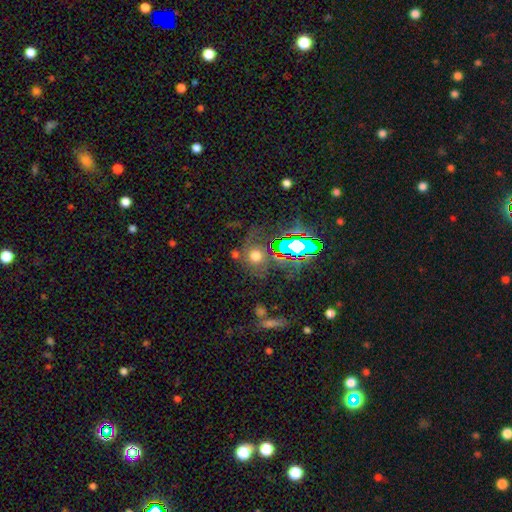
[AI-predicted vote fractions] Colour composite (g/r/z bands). It shows a smooth galaxy with no disk features (51%) that is round (82%). Merging: none (63%).